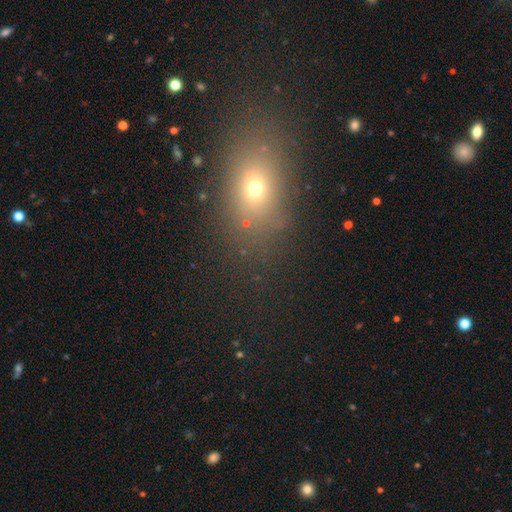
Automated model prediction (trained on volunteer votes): The model was most divided on "smooth or featured": smooth: 60%, star or artifact: 27%, featured or disk: 13%. More confident: merging — none (84%); how rounded — in between (65%).